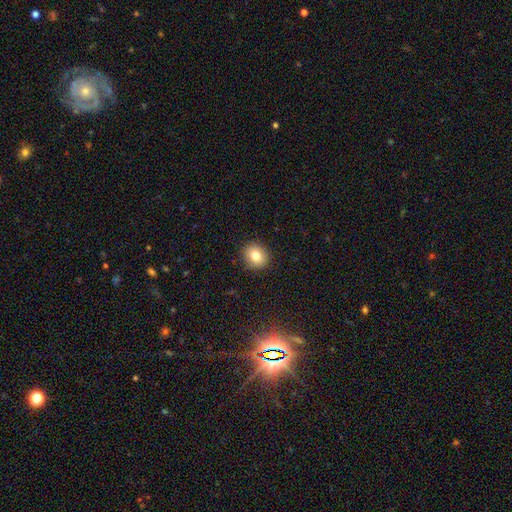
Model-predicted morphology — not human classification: Smooth or featured? smooth (80%)
How rounded? round (76%)
Merging? none (89%)